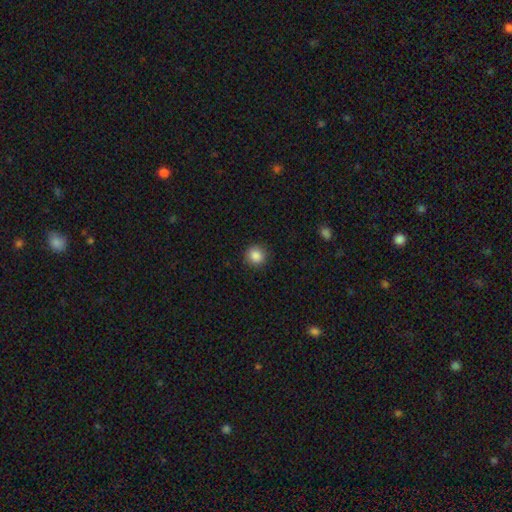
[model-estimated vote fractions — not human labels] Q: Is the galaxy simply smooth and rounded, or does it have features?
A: smooth — 87%.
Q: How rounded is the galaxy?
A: round — 92%.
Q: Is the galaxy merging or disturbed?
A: none — 91%.